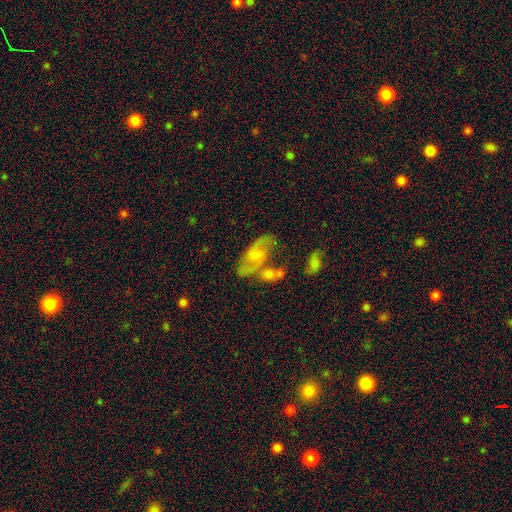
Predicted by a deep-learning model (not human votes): A featured or disk galaxy (54%).

Vote fractions:
- Smooth or featured? featured or disk: 54% / smooth: 37% / star or artifact: 9%
- Edge-on disk? no: 92% / yes: 8%
- Merging? none: 38% / merger: 31% / minor disturbance: 18% / major disturbance: 13%